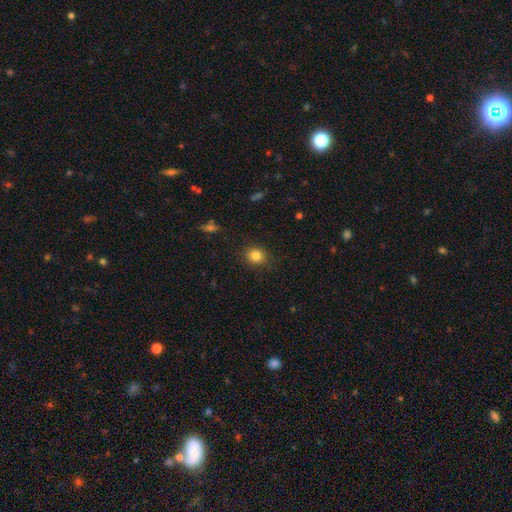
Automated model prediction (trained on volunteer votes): Smooth or featured? Predicted: smooth (p=0.84). How rounded? Predicted: round (p=0.72). Merging? Predicted: none (p=0.86).